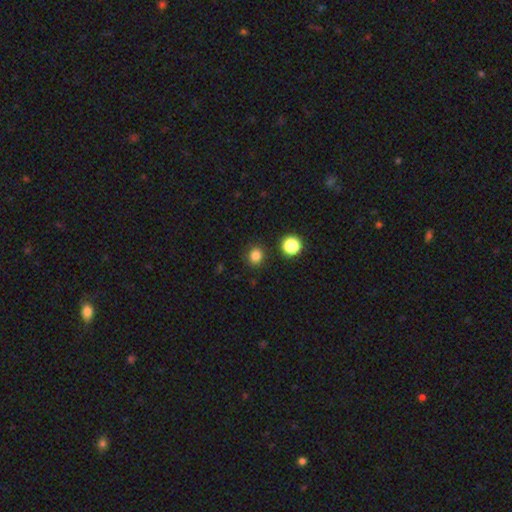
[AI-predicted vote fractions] A smooth galaxy with no disk features (82%) that is round (82%).

Vote fractions:
- Smooth or featured? smooth: 82% / star or artifact: 14% / featured or disk: 4%
- How rounded? round: 82% / in between: 17% / cigar-shaped: 1%
- Merging? none: 88% / minor disturbance: 7% / merger: 3% / major disturbance: 2%